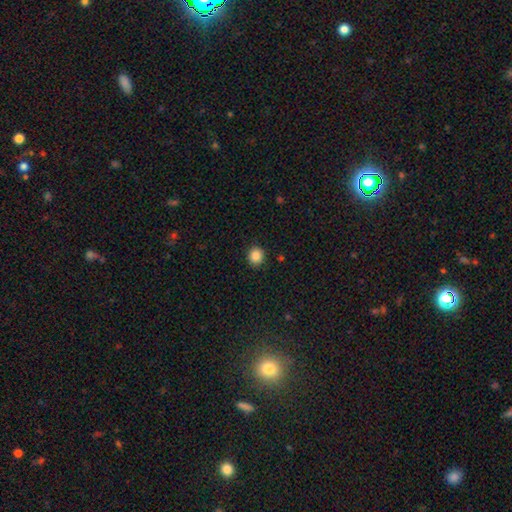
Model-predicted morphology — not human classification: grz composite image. It shows a smooth galaxy with no disk features (87%) that is round (84%). Merging: none (91%).